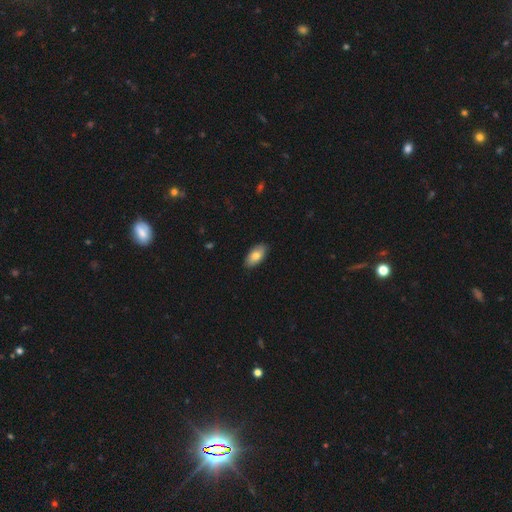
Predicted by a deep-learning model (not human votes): smooth-or-featured: smooth: 76% | featured or disk: 18% | star or artifact: 6%
  how-rounded: in between: 93% | cigar-shaped: 4% | round: 3%
  merging: none: 87% | minor disturbance: 10% | major disturbance: 2% | merger: 1%